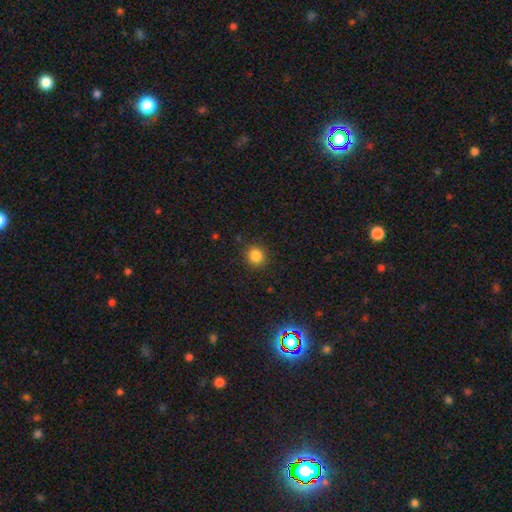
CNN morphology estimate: The model was most divided on "smooth or featured": smooth: 83%, star or artifact: 12%, featured or disk: 4%. More confident: merging — none (89%); how rounded — round (87%).